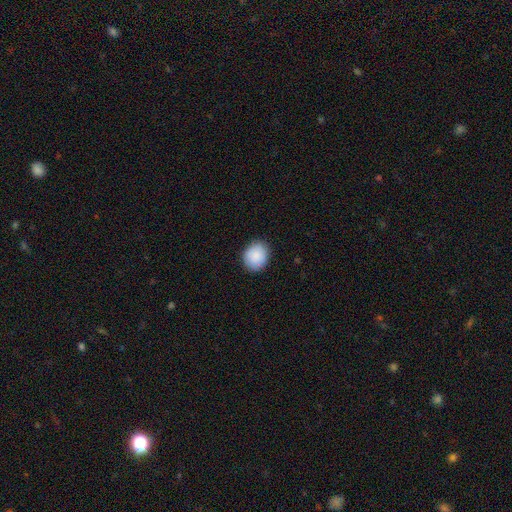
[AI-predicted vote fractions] smooth 89%, star or artifact 6%, featured or disk 4%. Down the decision tree: how rounded — round (67%); merging — none (86%).